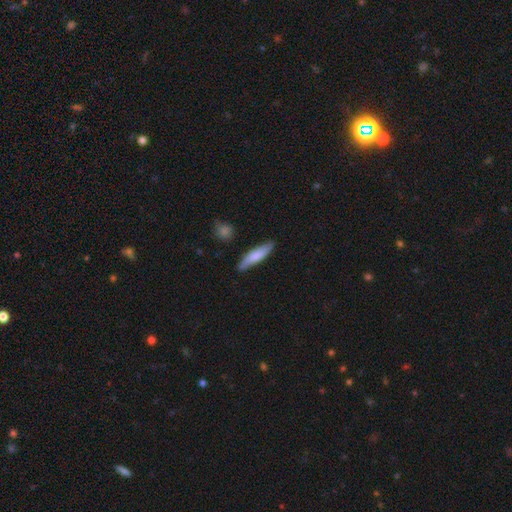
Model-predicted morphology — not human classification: Smooth or featured?
  - smooth: 73% *
  - featured or disk: 22%
  - star or artifact: 6%
How rounded?
  - cigar-shaped: 77% *
  - in between: 21%
  - round: 2%
Merging?
  - none: 81% *
  - minor disturbance: 14%
  - major disturbance: 2%
  - merger: 2%